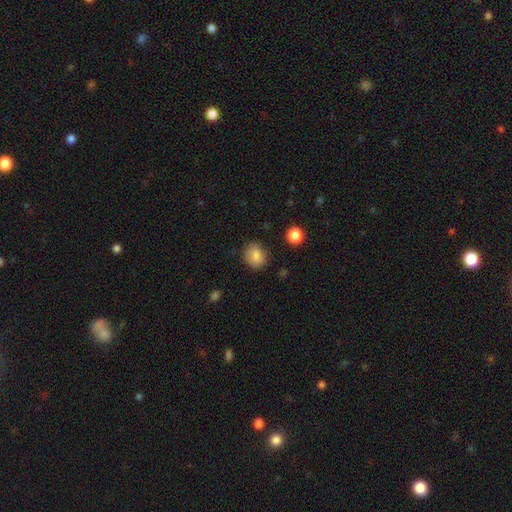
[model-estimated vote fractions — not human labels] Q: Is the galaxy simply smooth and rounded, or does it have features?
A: smooth — 84%.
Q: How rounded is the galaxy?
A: round — 63%.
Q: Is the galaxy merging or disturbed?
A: none — 81%.